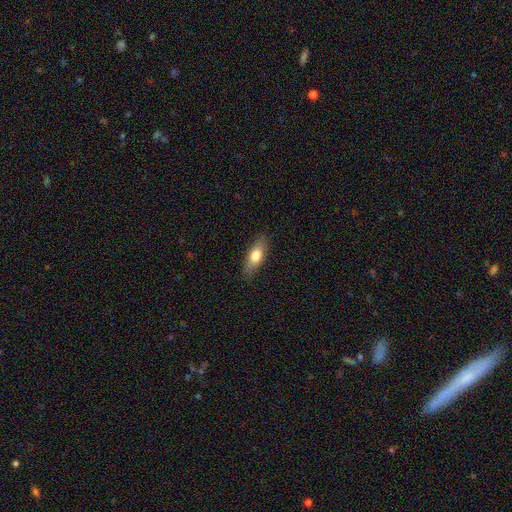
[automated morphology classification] Overall: smooth (71%). How rounded: in between (65%; cigar-shaped 32%). Merging: none (85%).